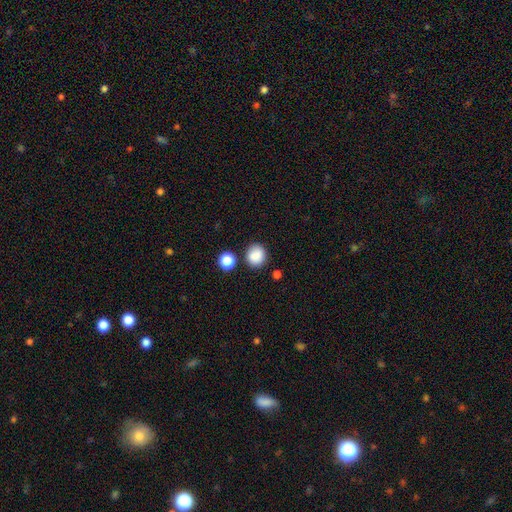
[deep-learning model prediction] A smooth galaxy with no disk features (87%) that is round (85%). Merging: none (80%).